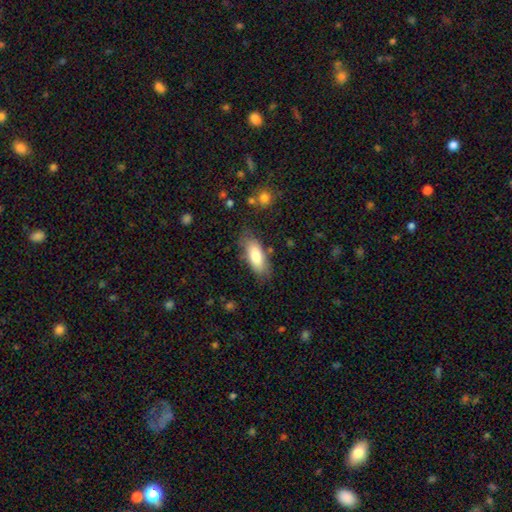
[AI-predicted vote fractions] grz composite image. It shows a smooth galaxy with no disk features (81%) that is in between round and cigar-shaped (80%). Merging: none (76%).